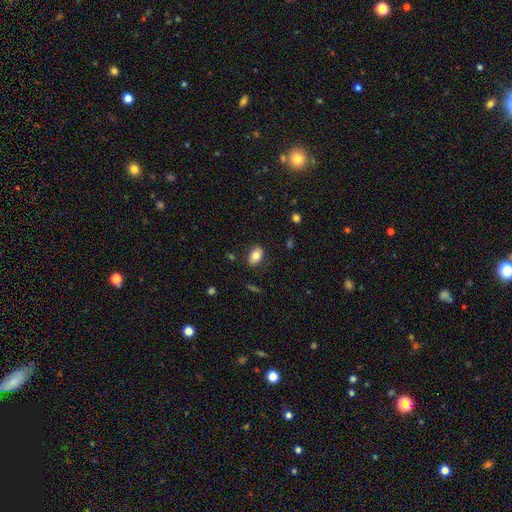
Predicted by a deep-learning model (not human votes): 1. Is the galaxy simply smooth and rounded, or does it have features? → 80% smooth, 12% featured or disk, 8% star or artifact.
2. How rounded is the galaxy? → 85% in between, 14% round, 1% cigar-shaped.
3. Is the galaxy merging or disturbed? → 84% none, 12% minor disturbance, 3% major disturbance, 1% merger.